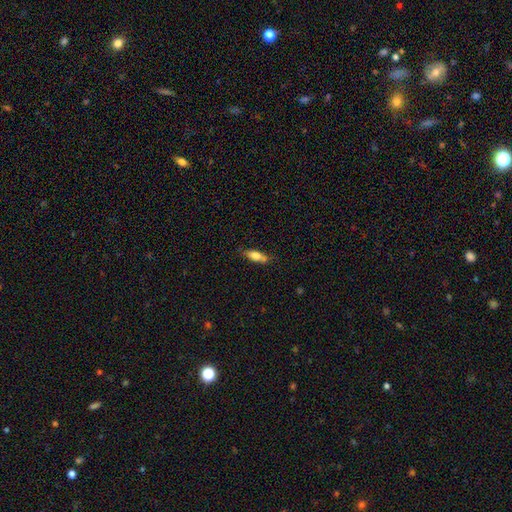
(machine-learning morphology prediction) Smooth or featured: smooth — 70% (featured or disk — 23%)
How rounded: in between — 64% (cigar-shaped — 33%)
Merging: none — 66% (minor disturbance — 21%)